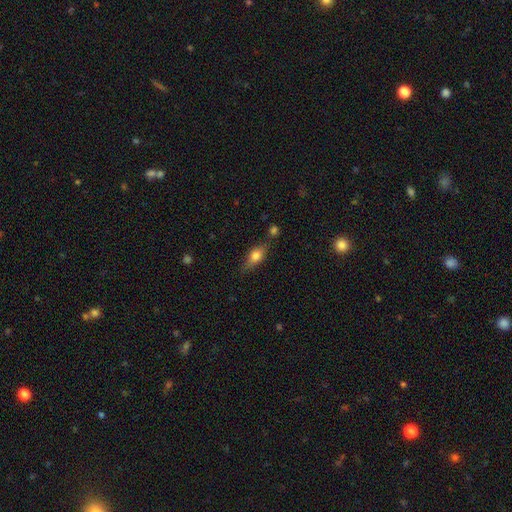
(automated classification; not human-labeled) A smooth galaxy with no disk features (70%) that is in between round and cigar-shaped (74%). Merging: none (66%).